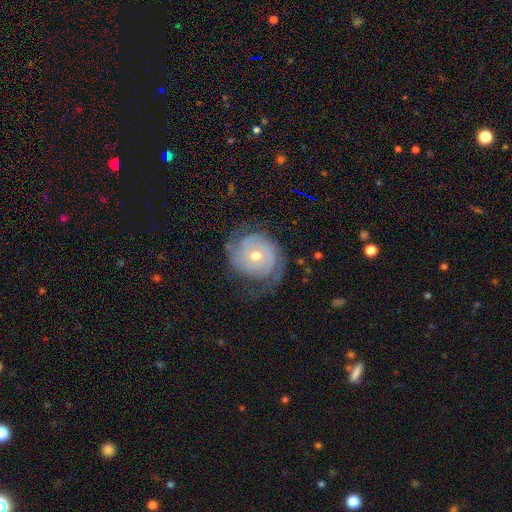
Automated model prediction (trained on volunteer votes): smooth-or-featured: featured or disk: 83% | smooth: 11% | star or artifact: 6%
  disk-edge-on: no: 97% | yes: 3%
    bar: no: 71% | weak: 23% | strong: 6%
    has-spiral-arms: yes: 94% | no: 6%
      spiral-winding: tight: 69% | medium: 24% | loose: 7%
      spiral-arm-count: 2: 52% | can't tell: 21% | 3: 14% | 1: 5% | 4: 4% | more than 4: 4%
    bulge-size: moderate: 58% | small: 39% | large: 2% | none: 1% | dominant: 1%
  merging: none: 69% | minor disturbance: 19% | major disturbance: 11% | merger: 1%